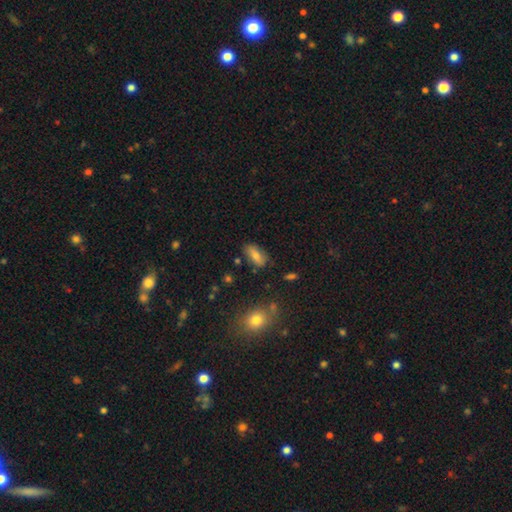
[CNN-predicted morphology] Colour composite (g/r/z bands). It shows a smooth galaxy with no disk features (71%) that is in between round and cigar-shaped (84%). Merging: none (78%).